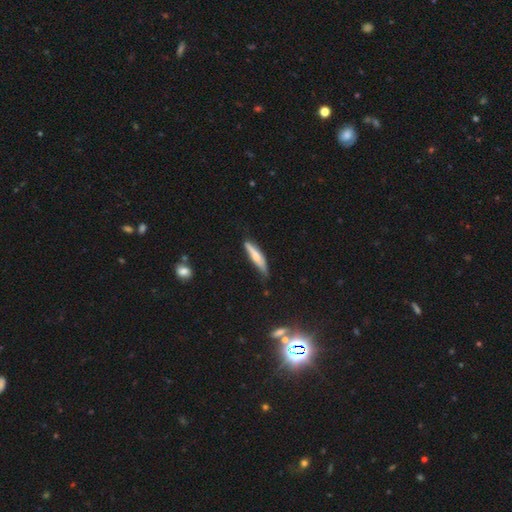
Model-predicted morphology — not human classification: Smooth or featured? Predicted: smooth (p=0.58). How rounded? Predicted: cigar-shaped (p=0.84). Merging? Predicted: none (p=0.59).